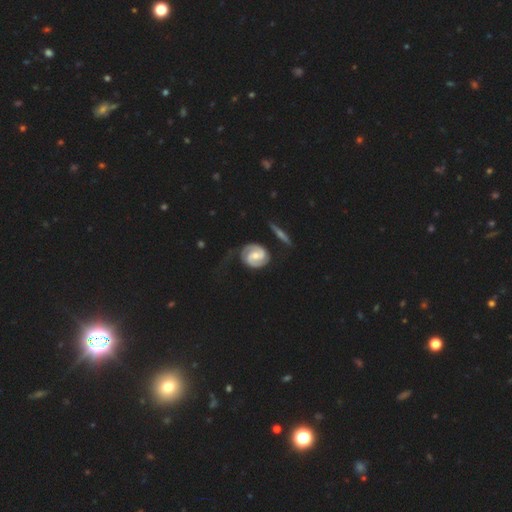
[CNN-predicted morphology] Smooth or featured? Predicted: featured or disk (p=0.88). Edge-on disk? Predicted: no (p=0.97). Bar? Predicted: weak (p=0.49). Spiral arms? Predicted: yes (p=0.98). Spiral winding? Predicted: tight (p=0.54). Spiral arm count? Predicted: 2 (p=0.89). Bulge size? Predicted: moderate (p=0.46). Merging? Predicted: none (p=0.63).